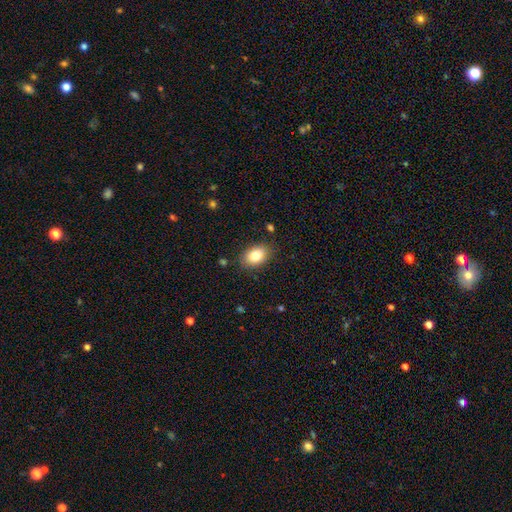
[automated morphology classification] A smooth galaxy with no disk features (83%) that is in between round and cigar-shaped (85%). Merging: none (84%).